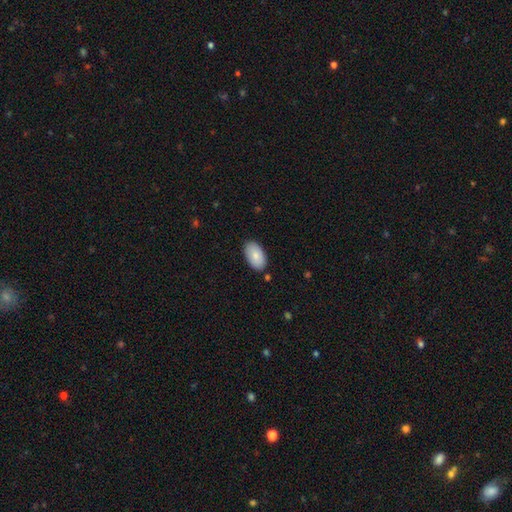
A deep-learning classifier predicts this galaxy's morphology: This is clearly a smooth galaxy (84%). How rounded: clearly in between (95%). Merging: clearly none (86%).